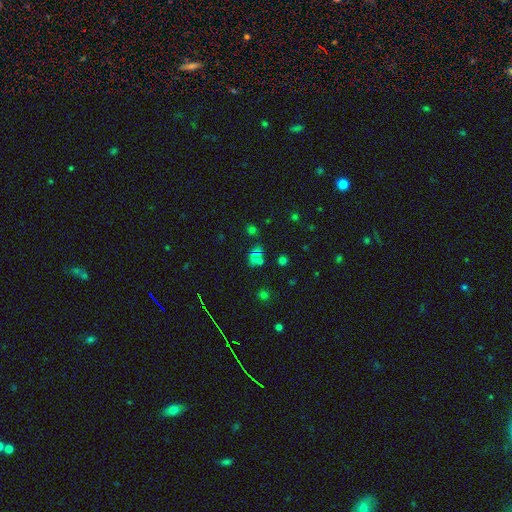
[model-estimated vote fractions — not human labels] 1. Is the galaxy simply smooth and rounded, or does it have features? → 47% smooth, 40% star or artifact, 13% featured or disk.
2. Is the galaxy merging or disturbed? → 70% none, 13% minor disturbance, 11% merger, 6% major disturbance.